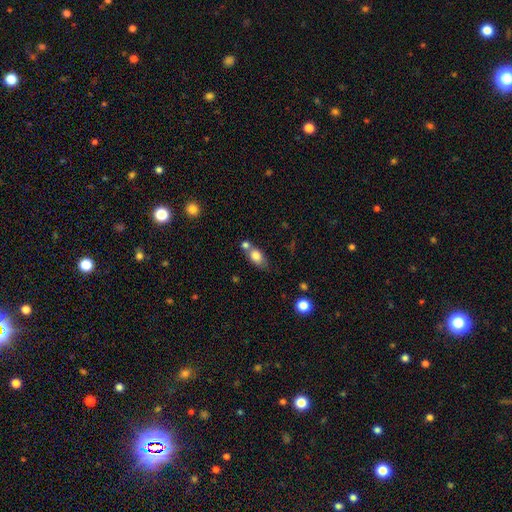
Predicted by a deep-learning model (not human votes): Smooth or featured? smooth (80%)
How rounded? in between (81%)
Merging? none (44%)